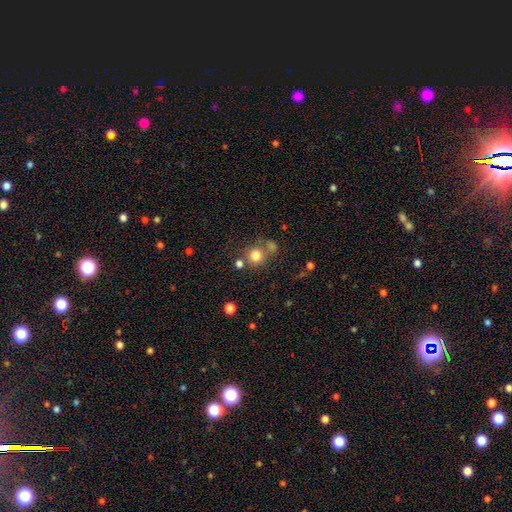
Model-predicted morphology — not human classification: Overall: smooth (79%). How rounded: round (90%). Merging: none (66%).